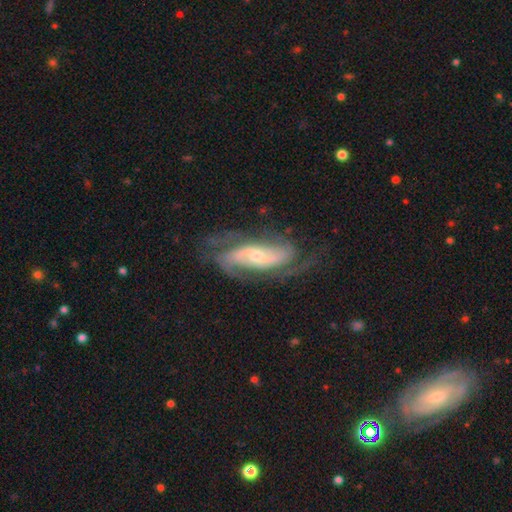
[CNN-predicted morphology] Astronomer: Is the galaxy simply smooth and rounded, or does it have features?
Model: featured or disk — 86%.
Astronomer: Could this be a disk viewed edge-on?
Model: no — 92%.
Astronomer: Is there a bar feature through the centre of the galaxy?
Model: weak — 41% (runner-up: no, 37%).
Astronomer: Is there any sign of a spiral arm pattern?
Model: yes — 96%.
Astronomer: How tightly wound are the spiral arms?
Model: medium — 46% (runner-up: tight, 33%).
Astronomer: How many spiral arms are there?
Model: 2 — 60%.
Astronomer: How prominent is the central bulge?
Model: small — 47% (runner-up: moderate, 46%).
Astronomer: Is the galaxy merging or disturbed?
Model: none — 66%.